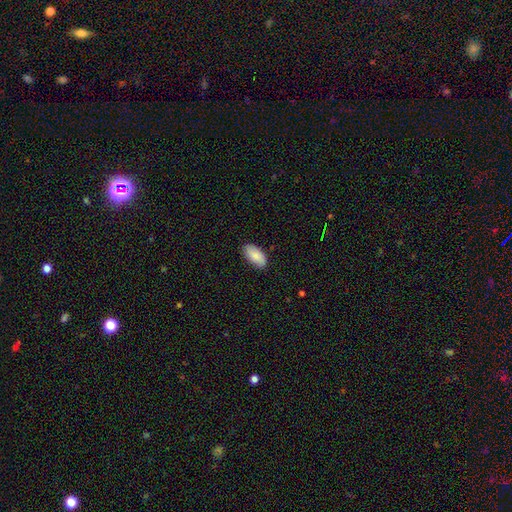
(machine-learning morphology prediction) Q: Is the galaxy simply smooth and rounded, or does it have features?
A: smooth — 84%.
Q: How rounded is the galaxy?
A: in between — 94%.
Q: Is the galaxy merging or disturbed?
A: none — 83%.